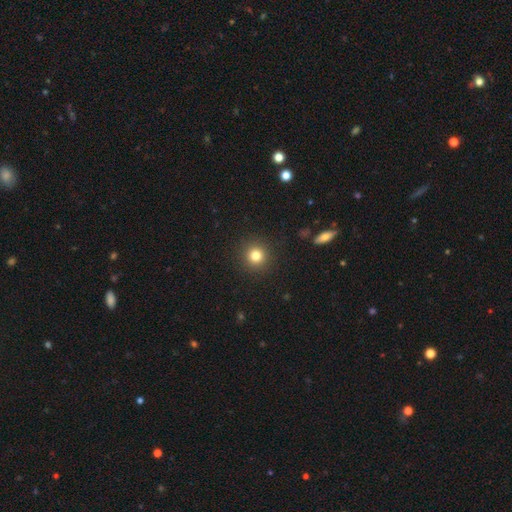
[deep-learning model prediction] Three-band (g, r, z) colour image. It shows a smooth galaxy with no disk features (81%) that is round (94%). Merging: none (91%).